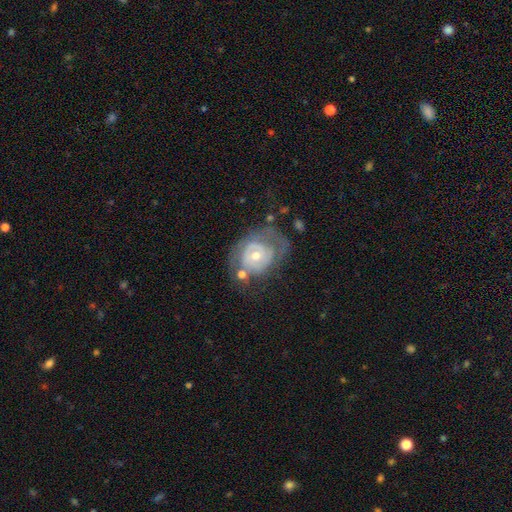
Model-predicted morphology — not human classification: smooth-or-featured: featured or disk: 75% | smooth: 18% | star or artifact: 7%
  disk-edge-on: no: 96% | yes: 4%
    bar: no: 72% | weak: 23% | strong: 5%
    has-spiral-arms: yes: 69% | no: 31%
    bulge-size: moderate: 55% | small: 40% | large: 3% | none: 1% | dominant: 1%
  merging: none: 46% | minor disturbance: 23% | major disturbance: 23% | merger: 9%